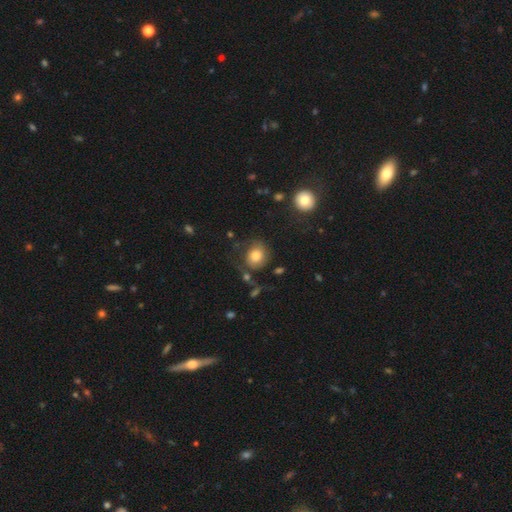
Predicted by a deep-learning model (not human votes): A smooth galaxy with no disk features (63%) that is round (67%).

Vote fractions:
- Smooth or featured? smooth: 63% / featured or disk: 28% / star or artifact: 9%
- How rounded? round: 67% / in between: 32% / cigar-shaped: 1%
- Merging? none: 59% / minor disturbance: 21% / major disturbance: 17% / merger: 4%